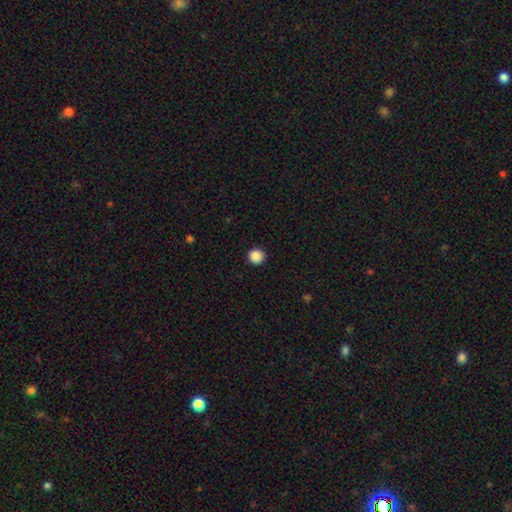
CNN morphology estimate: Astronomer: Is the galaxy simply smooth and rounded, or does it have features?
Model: smooth — 88%.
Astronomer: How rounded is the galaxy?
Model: round — 95%.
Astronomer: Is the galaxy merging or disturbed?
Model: none — 92%.